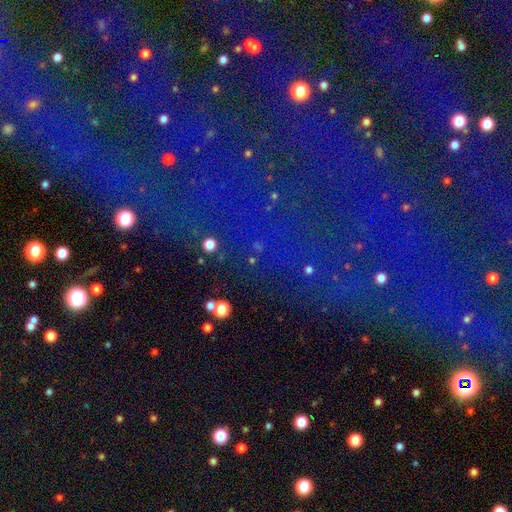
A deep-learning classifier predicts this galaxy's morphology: A star or artifact, not a galaxy (79%).